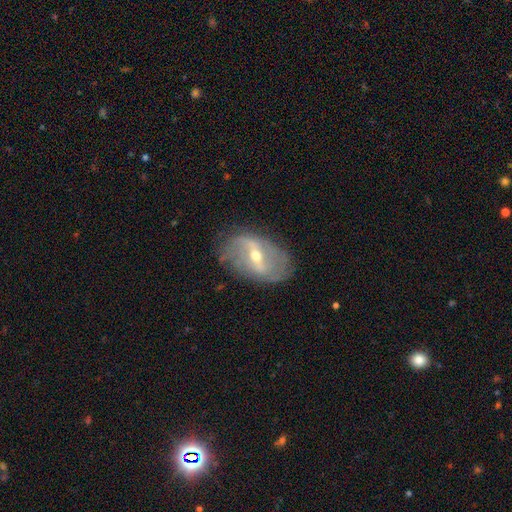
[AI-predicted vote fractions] smooth_or_featured: featured or disk (p=0.80) [alt: smooth p=0.12]
disk_edge_on: no (p=0.92) [alt: yes p=0.08]
bar: strong (p=0.51) [alt: weak p=0.37]
has_spiral_arms: yes (p=0.76) [alt: no p=0.24]
spiral_winding: loose (p=0.54) [alt: medium p=0.29]
spiral_arm_count: 2 (p=0.71) [alt: can't tell p=0.18]
bulge_size: moderate (p=0.53) [alt: small p=0.43]
merging: none (p=0.76) [alt: minor disturbance p=0.16]